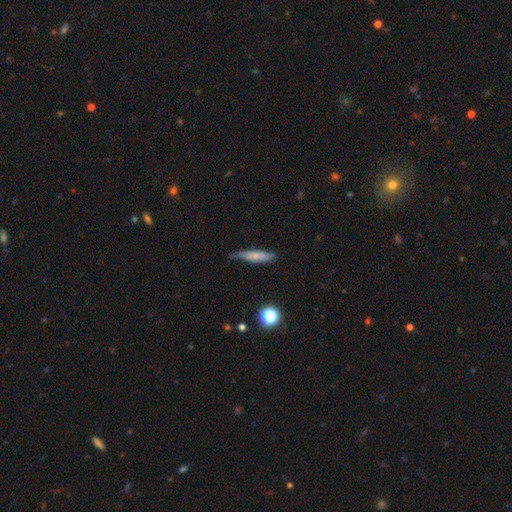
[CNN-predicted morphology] smooth_or_featured: smooth (p=0.70) [alt: featured or disk p=0.22]
how_rounded: cigar-shaped (p=0.81) [alt: in between p=0.16]
merging: none (p=0.59) [alt: minor disturbance p=0.31]